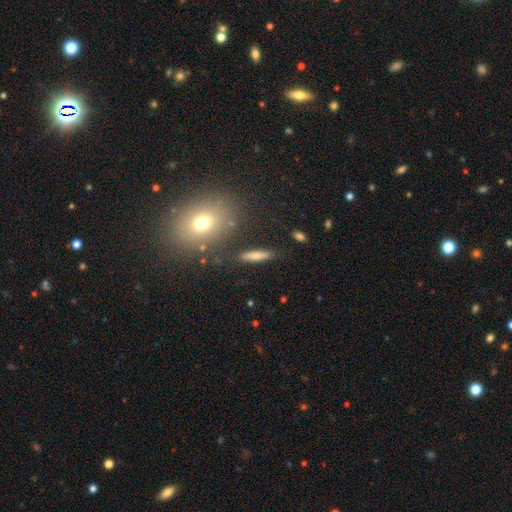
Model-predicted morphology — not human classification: The model was most divided on "smooth or featured": smooth: 66%, featured or disk: 26%, star or artifact: 9%. More confident: merging — none (85%); how rounded — cigar-shaped (78%).